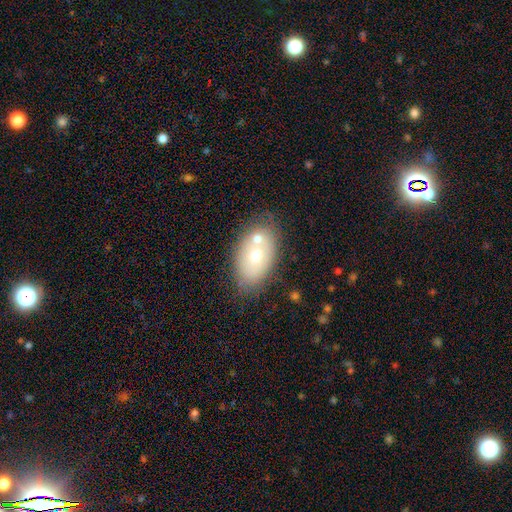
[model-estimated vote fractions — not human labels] smooth 63%, featured or disk 28%, star or artifact 9%. Down the decision tree: how rounded — in between (88%); merging — none (57%).